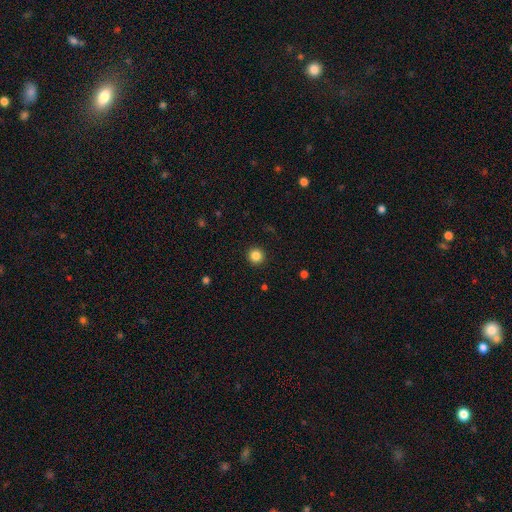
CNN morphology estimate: Smooth or featured: smooth — 85% (star or artifact — 11%)
How rounded: round — 96% (in between — 3%)
Merging: none — 93% (minor disturbance — 4%)